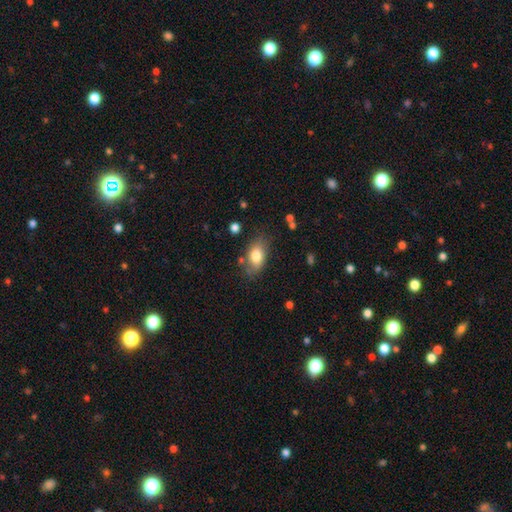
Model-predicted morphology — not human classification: Smooth or featured? Predicted: smooth (p=0.78). How rounded? Predicted: in between (p=0.88). Merging? Predicted: none (p=0.73).